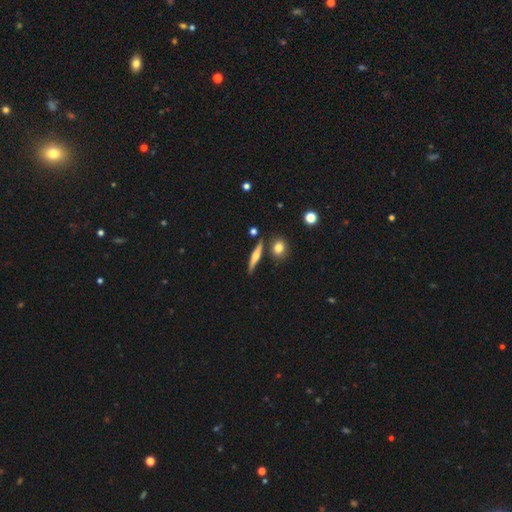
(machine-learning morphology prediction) The model was most divided on "smooth or featured": featured or disk: 53%, smooth: 40%, star or artifact: 7%. More confident: edge-on disk — yes (94%); edge-on bulge — rounded (86%); merging — none (80%).